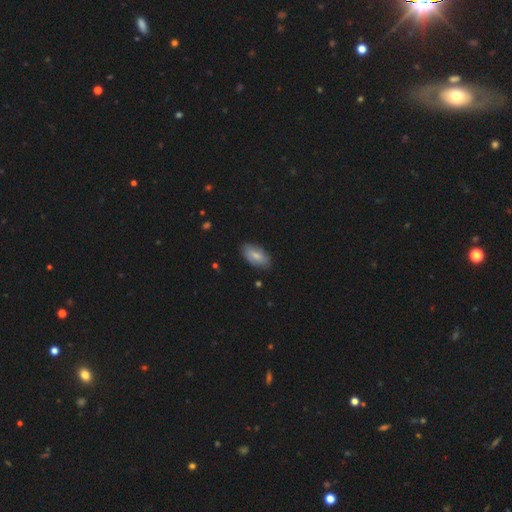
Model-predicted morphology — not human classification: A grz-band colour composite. It shows a smooth galaxy with no disk features (72%) that is in between round and cigar-shaped (92%). Merging: none (82%).